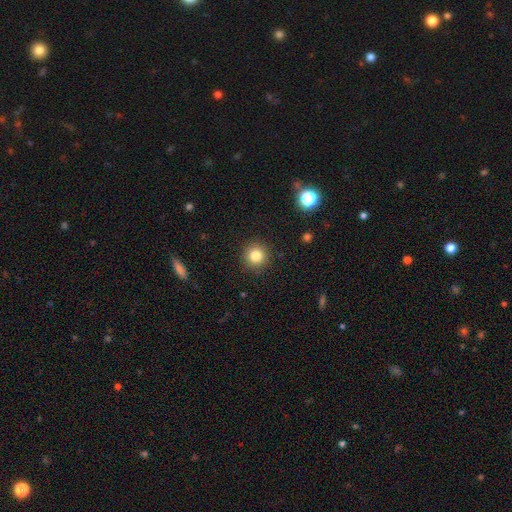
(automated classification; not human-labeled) This appears to be a smooth galaxy with no disk features (82%) that is round (94%). Merging: none (91%).